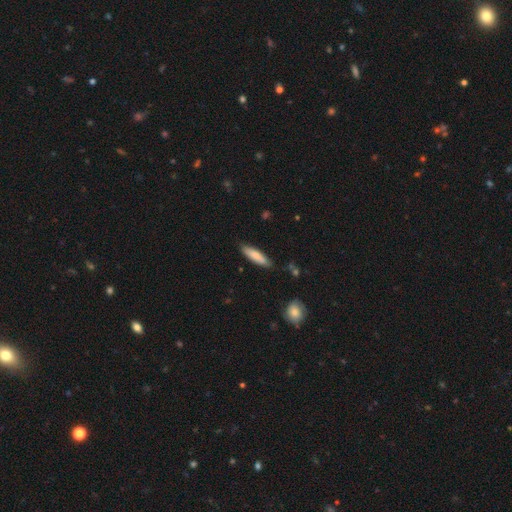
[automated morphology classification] The model was most divided on "how rounded": cigar-shaped: 69%, in between: 29%, round: 1%. More confident: merging — none (84%); smooth or featured — smooth (82%).